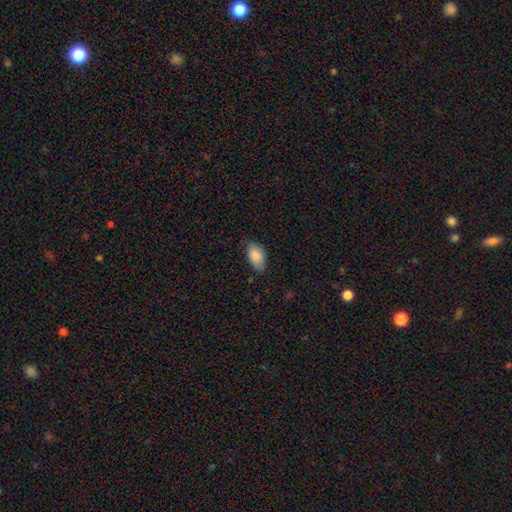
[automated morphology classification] A smooth galaxy with no disk features (86%) that is in between round and cigar-shaped (93%). Merging: none (72%).